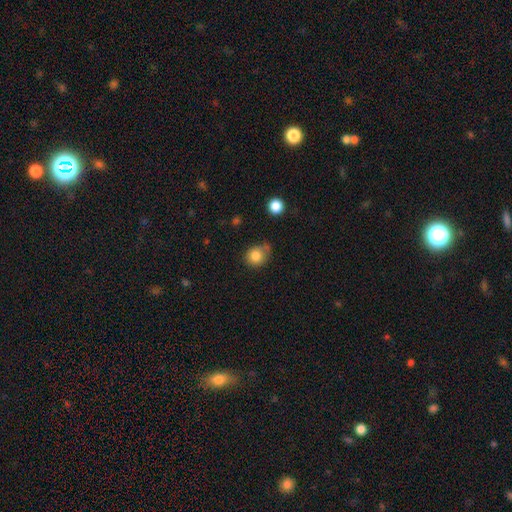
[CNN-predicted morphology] Smooth or featured?
  - smooth: 82% *
  - star or artifact: 11%
  - featured or disk: 7%
How rounded?
  - round: 76% *
  - in between: 23%
  - cigar-shaped: 1%
Merging?
  - none: 60% *
  - minor disturbance: 25%
  - merger: 9%
  - major disturbance: 6%